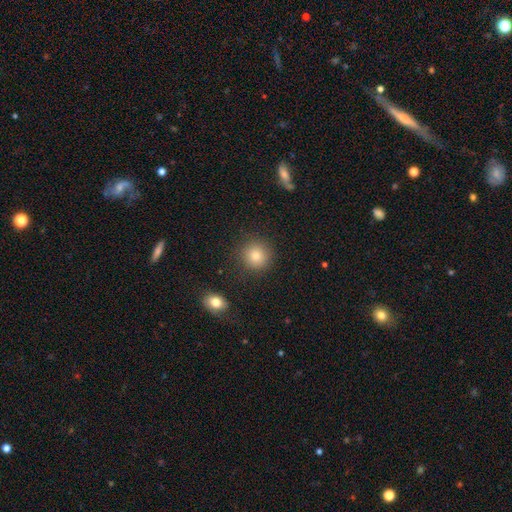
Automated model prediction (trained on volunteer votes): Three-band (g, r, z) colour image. It shows a smooth galaxy with no disk features (82%) that is round (91%). Merging: none (88%).